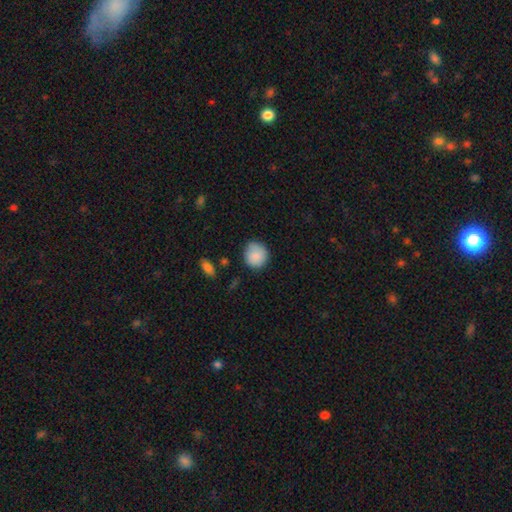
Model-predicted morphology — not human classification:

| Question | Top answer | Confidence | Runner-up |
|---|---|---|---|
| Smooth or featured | smooth | 88% | star or artifact (7%) |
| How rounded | round | 89% | in between (10%) |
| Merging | none | 81% | minor disturbance (14%) |